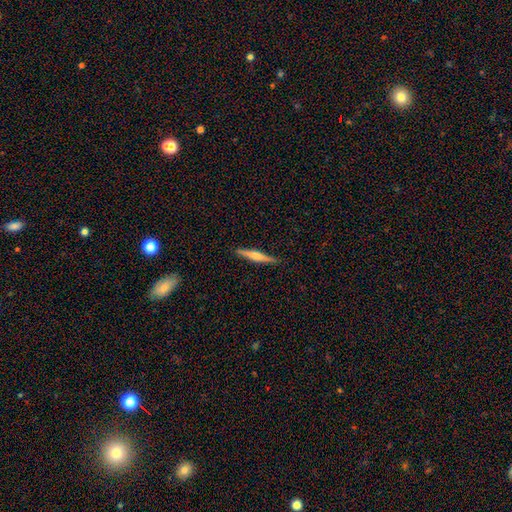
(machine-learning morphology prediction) A featured or disk galaxy (50%). Merging: none (90%).